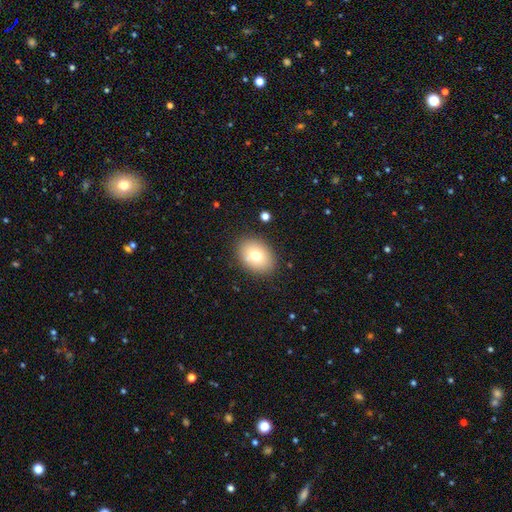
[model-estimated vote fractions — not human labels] A smooth galaxy with no disk features (75%) that is in between round and cigar-shaped (71%). Merging: none (86%).